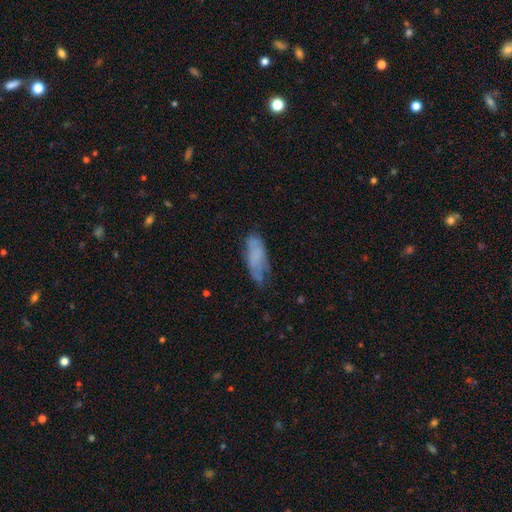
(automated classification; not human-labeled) A smooth galaxy with no disk features (61%) that is in between round and cigar-shaped (69%).

Vote fractions:
- Smooth or featured? smooth: 61% / featured or disk: 30% / star or artifact: 10%
- How rounded? in between: 69% / cigar-shaped: 29% / round: 2%
- Merging? none: 53% / minor disturbance: 32% / major disturbance: 13% / merger: 3%